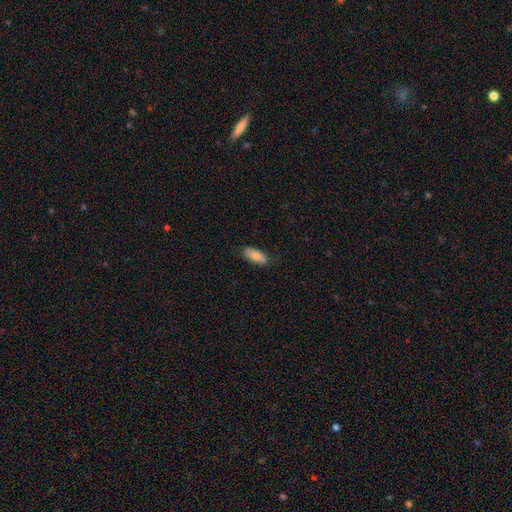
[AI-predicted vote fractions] Q: Smooth or featured?
A: smooth (81%); runner-up: featured or disk (12%)
Q: How rounded?
A: in between (76%); runner-up: cigar-shaped (22%)
Q: Merging?
A: none (83%); runner-up: minor disturbance (13%)